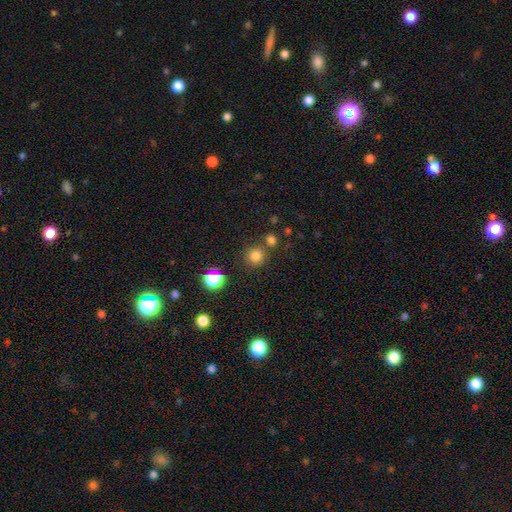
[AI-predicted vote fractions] Q: Smooth or featured?
A: smooth (78%); runner-up: star or artifact (17%)
Q: How rounded?
A: round (93%); runner-up: in between (6%)
Q: Merging?
A: none (76%); runner-up: merger (13%)